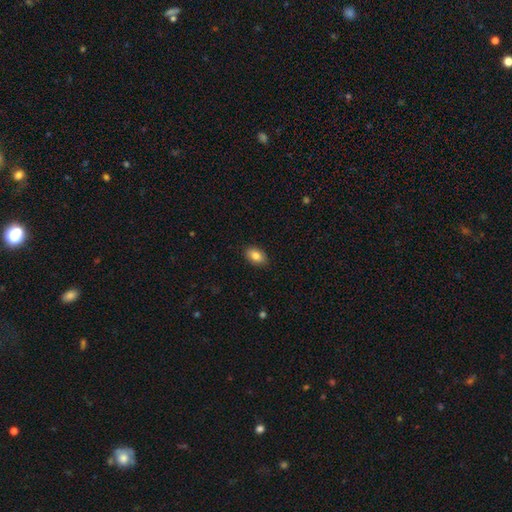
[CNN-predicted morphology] Smooth or featured: smooth — 85% (featured or disk — 8%)
How rounded: in between — 90% (round — 8%)
Merging: none — 88% (minor disturbance — 9%)